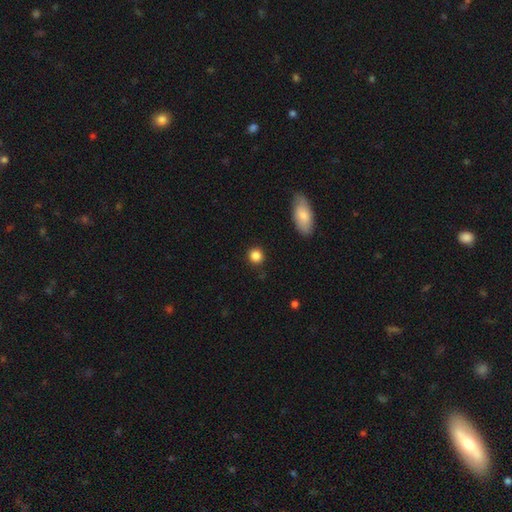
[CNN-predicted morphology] smooth_or_featured: smooth (p=0.86) [alt: star or artifact p=0.10]
how_rounded: round (p=0.89) [alt: in between p=0.10]
merging: none (p=0.88) [alt: minor disturbance p=0.08]